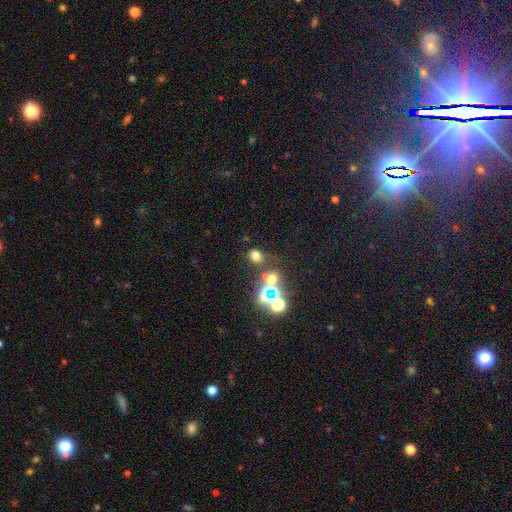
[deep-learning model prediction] smooth-or-featured: smooth: 62% | star or artifact: 28% | featured or disk: 10%
  how-rounded: round: 55% | in between: 43% | cigar-shaped: 1%
  merging: none: 61% | merger: 19% | minor disturbance: 13% | major disturbance: 8%